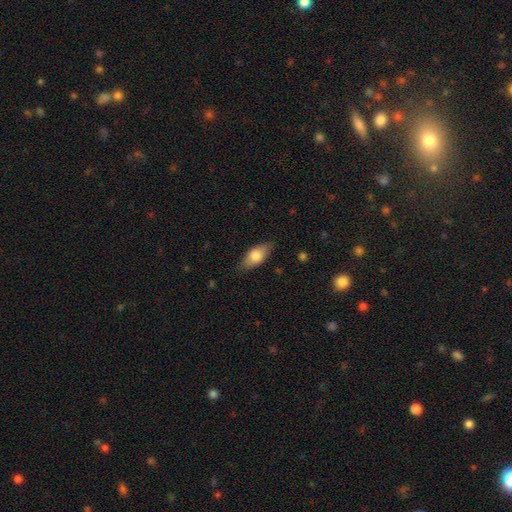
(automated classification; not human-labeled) Smooth or featured? Predicted: smooth (p=0.74). How rounded? Predicted: in between (p=0.85). Merging? Predicted: none (p=0.81).